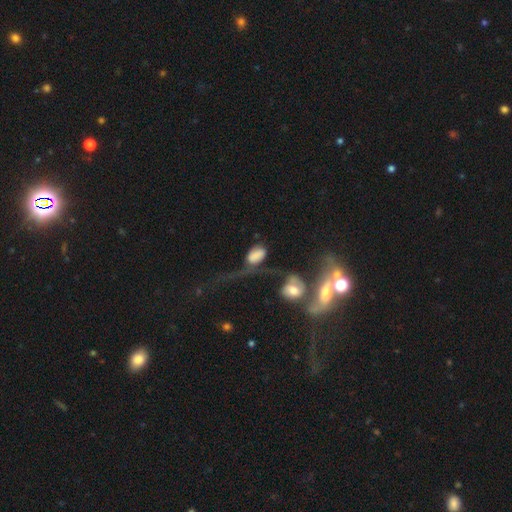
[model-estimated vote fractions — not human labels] smooth 66%, featured or disk 24%, star or artifact 10%. Down the decision tree: how rounded — in between (88%); merging — major disturbance (40%).